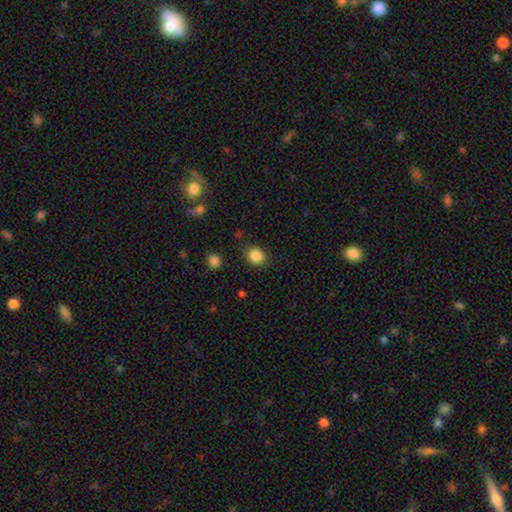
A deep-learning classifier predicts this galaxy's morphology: This appears to be a smooth galaxy with no disk features (86%) that is round (66%). Merging: none (83%).